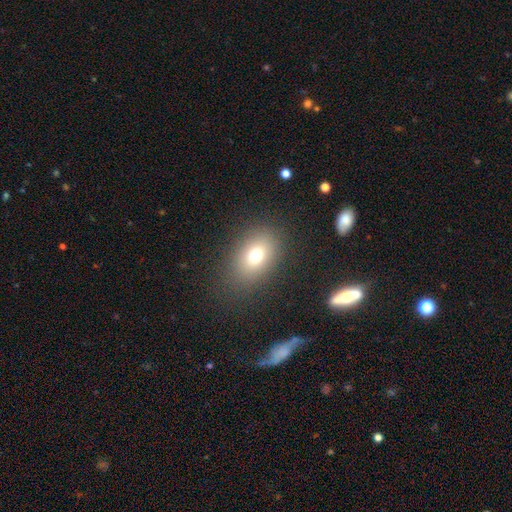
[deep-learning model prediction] A smooth galaxy with no disk features (73%) that is in between round and cigar-shaped (74%). Merging: none (84%).